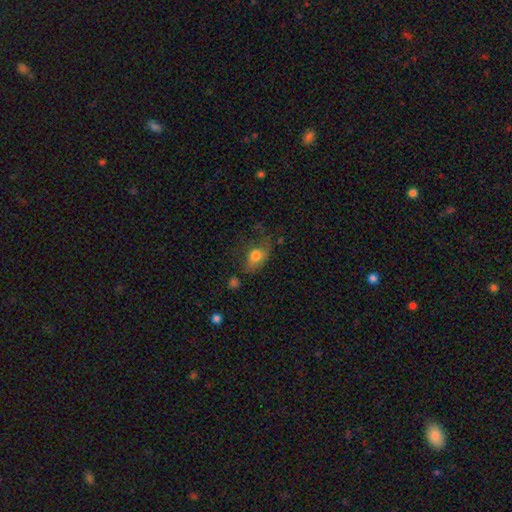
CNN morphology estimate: Smooth or featured: smooth — 71% (featured or disk — 20%)
How rounded: in between — 76% (round — 22%)
Merging: none — 38% (minor disturbance — 30%)